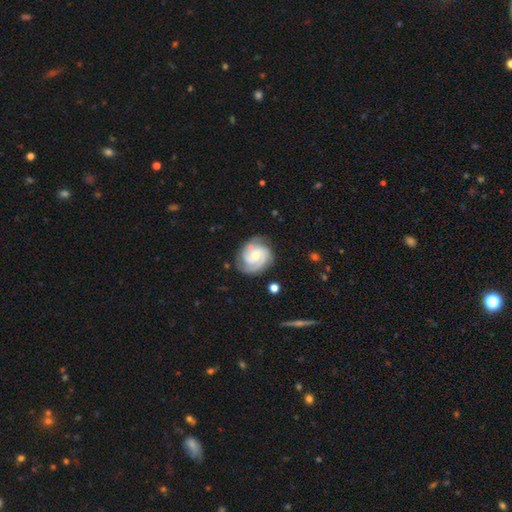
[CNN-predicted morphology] Smooth or featured? featured or disk (84%)
Edge-on disk? no (98%)
Bar? no (64%)
Spiral arms? yes (97%)
Spiral winding? tight (58%)
Spiral arm count? 3 (38%)
Bulge size? moderate (50%)
Merging? none (76%)